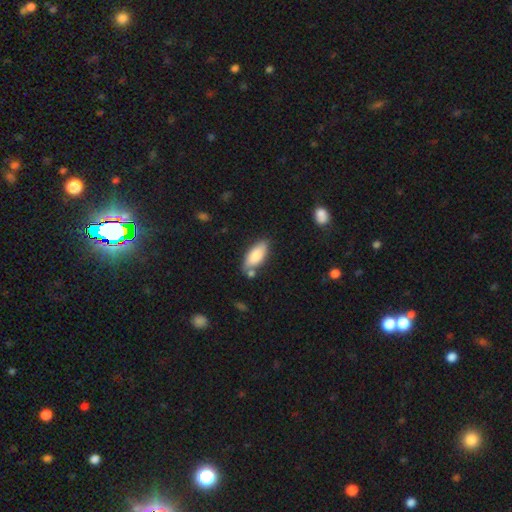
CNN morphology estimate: Smooth or featured? Predicted: smooth (p=0.83). How rounded? Predicted: in between (p=0.84). Merging? Predicted: none (p=0.68).